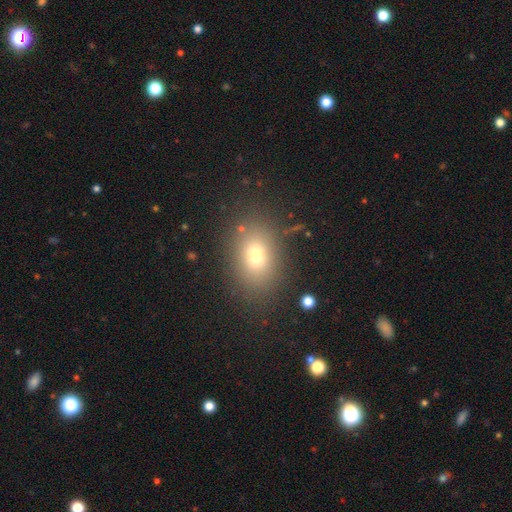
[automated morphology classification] A smooth galaxy with no disk features (72%) that is in between round and cigar-shaped (74%).

Vote fractions:
- Smooth or featured? smooth: 72% / star or artifact: 17% / featured or disk: 12%
- How rounded? in between: 74% / round: 24% / cigar-shaped: 2%
- Merging? none: 83% / minor disturbance: 10% / major disturbance: 4% / merger: 2%